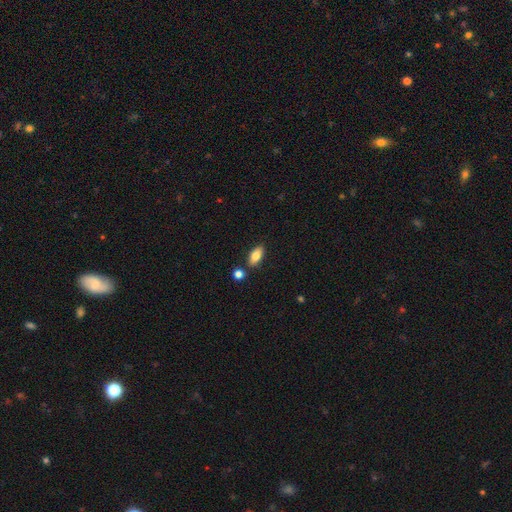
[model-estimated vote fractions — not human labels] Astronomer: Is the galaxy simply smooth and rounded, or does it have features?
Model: smooth — 80%.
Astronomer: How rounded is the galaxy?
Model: in between — 87%.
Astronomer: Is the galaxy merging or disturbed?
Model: none — 81%.